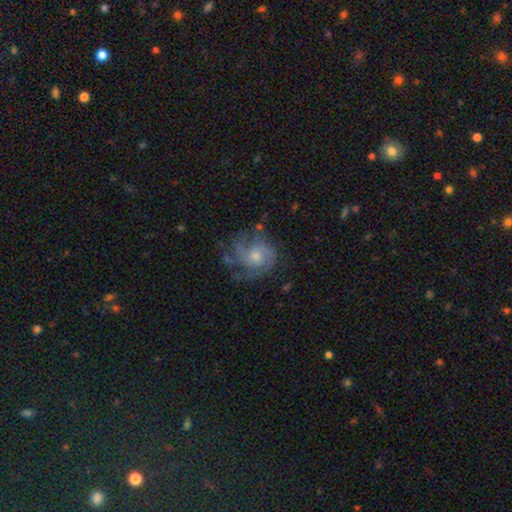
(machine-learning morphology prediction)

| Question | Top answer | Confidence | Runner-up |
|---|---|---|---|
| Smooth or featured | featured or disk | 80% | smooth (13%) |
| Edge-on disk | no | 98% | yes (2%) |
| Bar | no | 77% | weak (20%) |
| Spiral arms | yes | 94% | no (6%) |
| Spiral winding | tight | 46% | medium (41%) |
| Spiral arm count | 3 | 34% | 2 (24%) |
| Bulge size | moderate | 49% | small (45%) |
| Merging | none | 65% | minor disturbance (20%) |